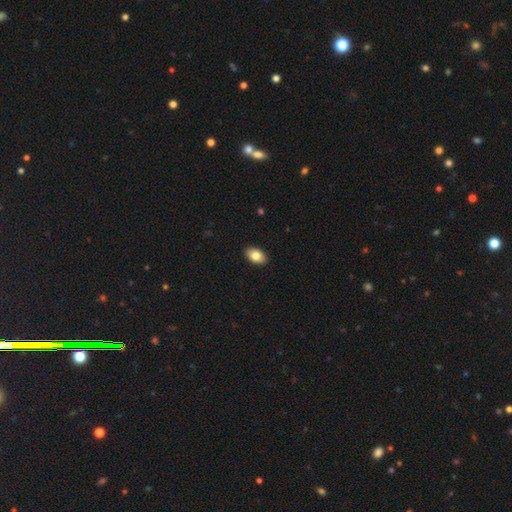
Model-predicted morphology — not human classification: Q: Smooth or featured?
A: smooth (83%); runner-up: featured or disk (10%)
Q: How rounded?
A: in between (91%); runner-up: round (8%)
Q: Merging?
A: none (90%); runner-up: minor disturbance (7%)